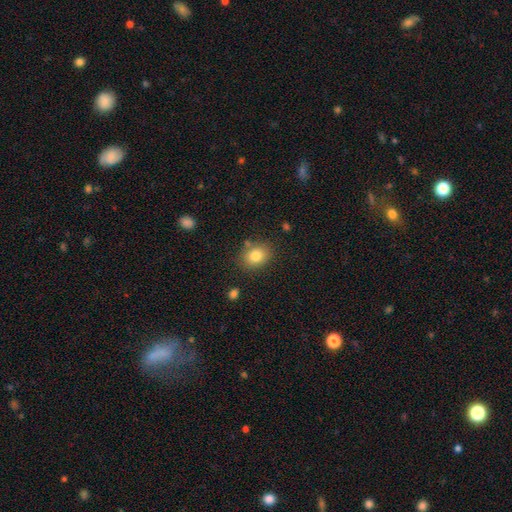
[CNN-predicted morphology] The model was most divided on "how rounded": in between: 53%, round: 46%, cigar-shaped: 1%. More confident: smooth or featured — smooth (81%); merging — none (80%).